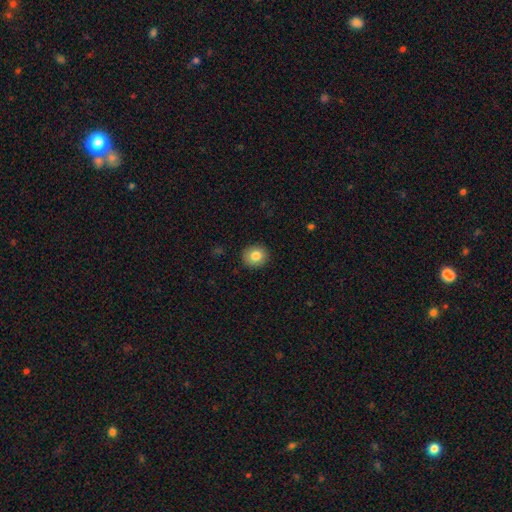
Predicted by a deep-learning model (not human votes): Overall: smooth (83%). How rounded: round (83%). Merging: none (91%).